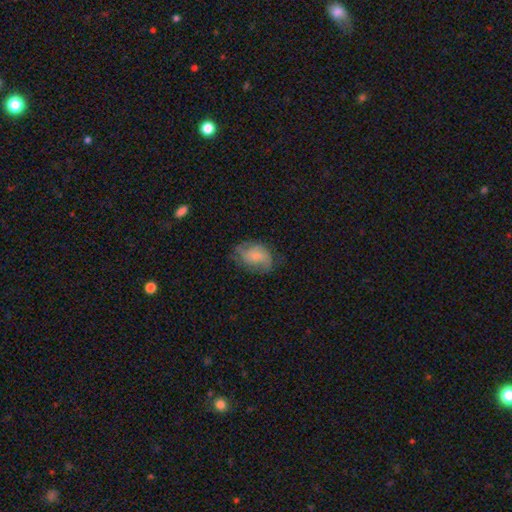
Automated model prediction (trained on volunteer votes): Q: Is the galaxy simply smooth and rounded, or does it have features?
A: smooth — 47%.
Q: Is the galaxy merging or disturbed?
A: none — 55%.